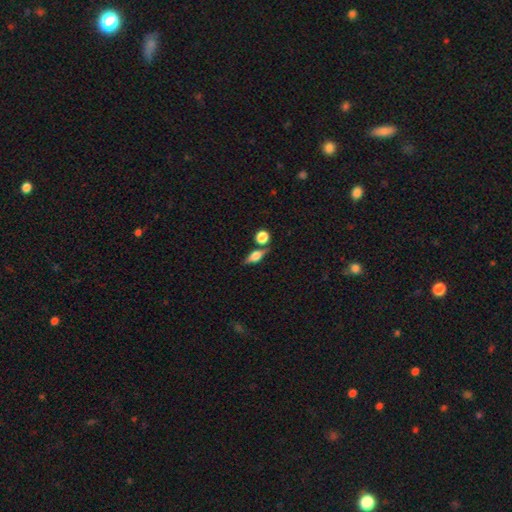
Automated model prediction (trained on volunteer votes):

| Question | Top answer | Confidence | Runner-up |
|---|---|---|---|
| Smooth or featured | featured or disk | 48% | smooth (42%) |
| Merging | none | 71% | minor disturbance (13%) |